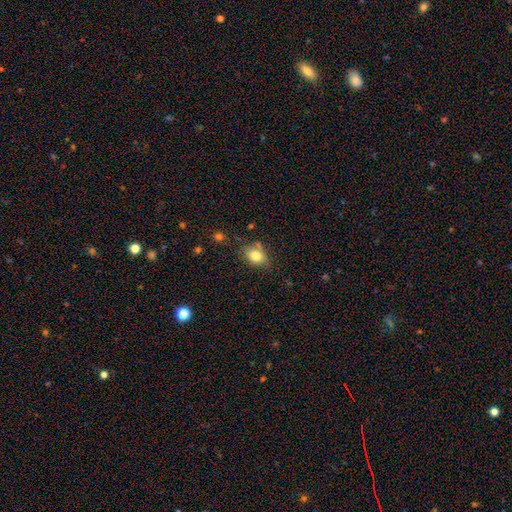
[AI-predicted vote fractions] Smooth or featured?
  - smooth: 81% *
  - star or artifact: 10%
  - featured or disk: 9%
How rounded?
  - in between: 65% *
  - round: 33%
  - cigar-shaped: 1%
Merging?
  - none: 67% *
  - minor disturbance: 21%
  - merger: 7%
  - major disturbance: 5%